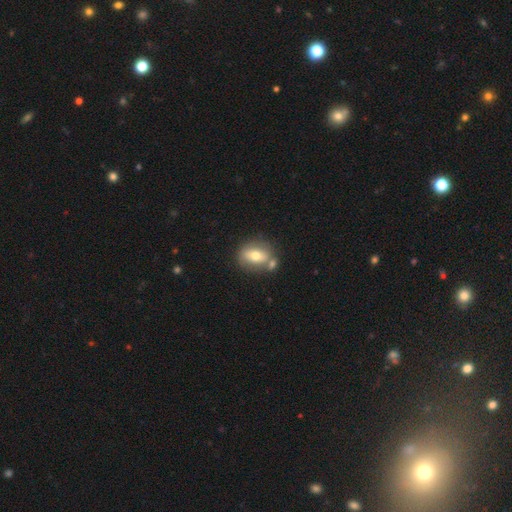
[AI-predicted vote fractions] A smooth galaxy with no disk features (62%) that is in between round and cigar-shaped (66%). Merging: none (55%).